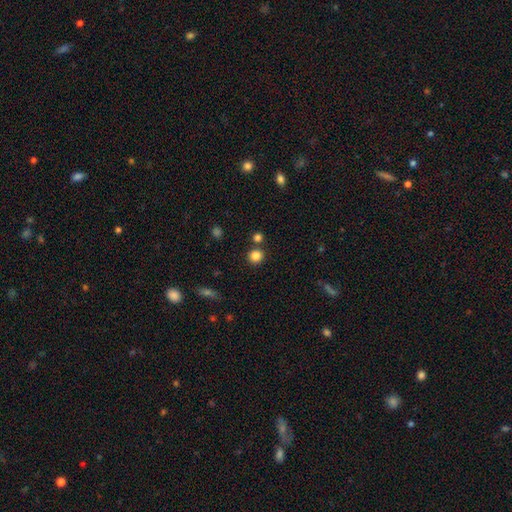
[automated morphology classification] Smooth or featured?
  - smooth: 83% *
  - star or artifact: 12%
  - featured or disk: 4%
How rounded?
  - round: 92% *
  - in between: 7%
  - cigar-shaped: 1%
Merging?
  - none: 81% *
  - merger: 10%
  - minor disturbance: 6%
  - major disturbance: 3%